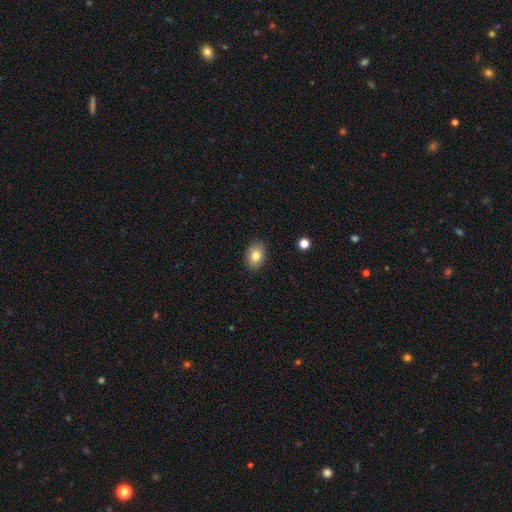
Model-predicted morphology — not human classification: smooth 82%, featured or disk 9%, star or artifact 8%. Down the decision tree: how rounded — in between (79%); merging — none (87%).